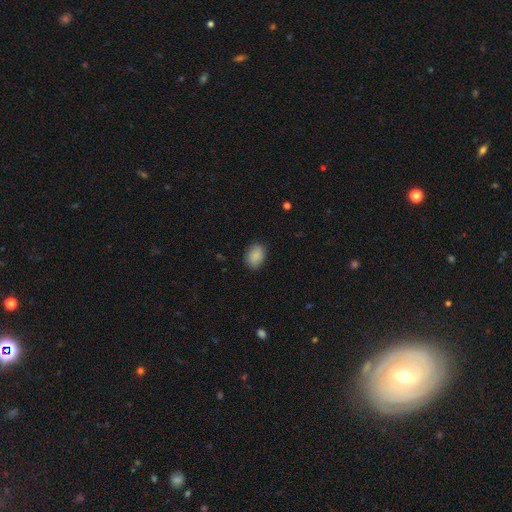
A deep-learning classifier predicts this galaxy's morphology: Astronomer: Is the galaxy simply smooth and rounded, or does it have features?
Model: smooth — 89%.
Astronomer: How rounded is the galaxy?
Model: in between — 70%.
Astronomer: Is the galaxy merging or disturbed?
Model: none — 84%.